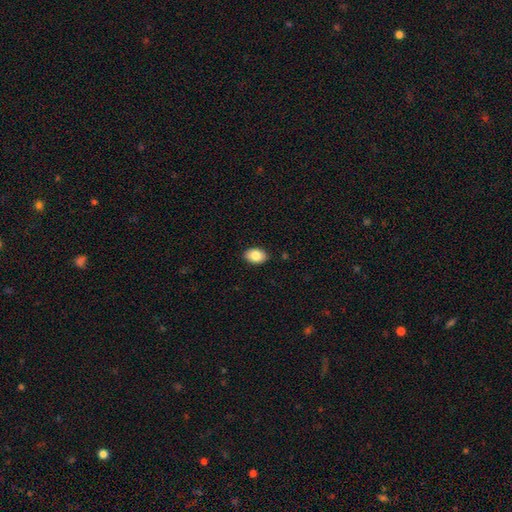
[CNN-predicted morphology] Smooth or featured: smooth — 86% (star or artifact — 7%)
How rounded: in between — 87% (round — 12%)
Merging: none — 88% (minor disturbance — 9%)